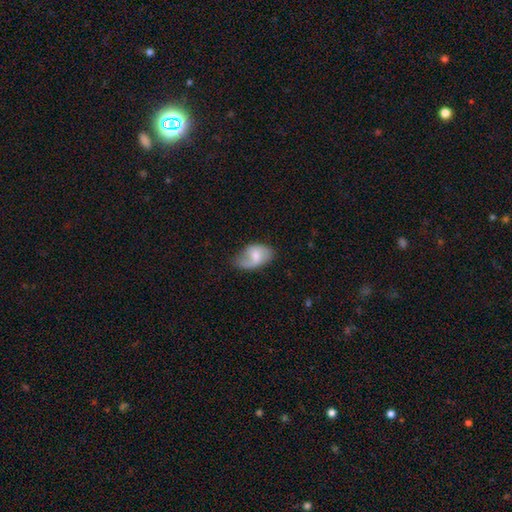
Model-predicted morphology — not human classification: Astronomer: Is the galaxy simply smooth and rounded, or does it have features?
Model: smooth — 47% (runner-up: featured or disk, 46%).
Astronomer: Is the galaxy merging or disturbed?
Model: none — 48% (runner-up: minor disturbance, 34%).